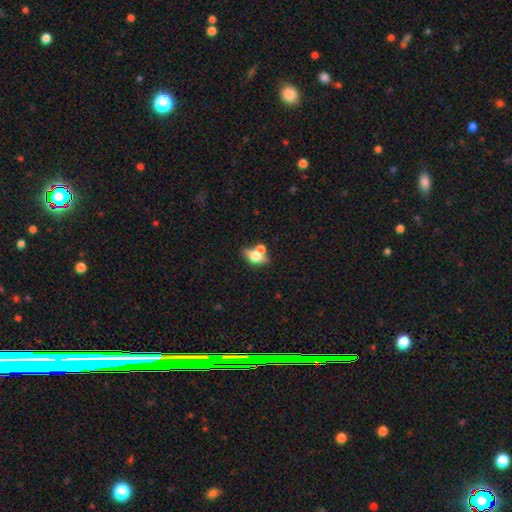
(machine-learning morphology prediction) Q: Smooth or featured?
A: smooth (59%); runner-up: featured or disk (31%)
Q: How rounded?
A: in between (75%); runner-up: round (15%)
Q: Merging?
A: none (47%); runner-up: merger (36%)